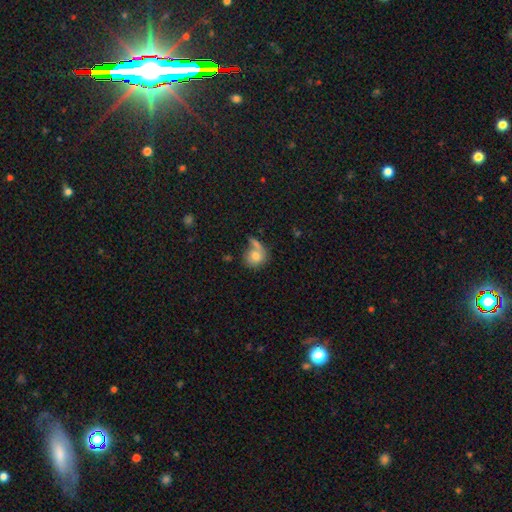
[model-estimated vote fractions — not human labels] Smooth or featured: smooth — 75% (featured or disk — 17%)
How rounded: round — 78% (in between — 21%)
Merging: none — 46% (merger — 28%)